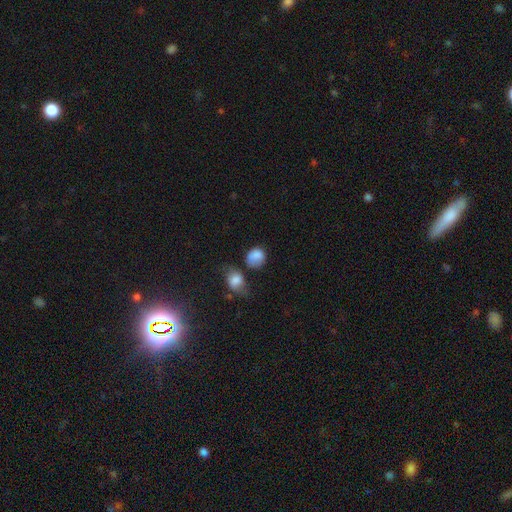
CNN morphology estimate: type=smooth (83%); roundness=round (71%); merging=none (49%).